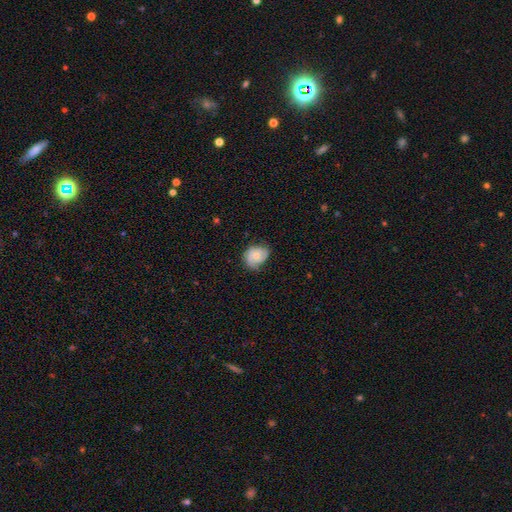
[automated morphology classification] Overall: featured or disk (58%; smooth 34%). Edge-on disk: no (97%). Bar: no (73%). Spiral arms: yes (90%). Spiral arm count: 2 (48%; can't tell 19%). Spiral winding: tight (47%; medium 38%). Bulge size: small (55%; moderate 35%). Merging: none (60%; minor disturbance 28%).